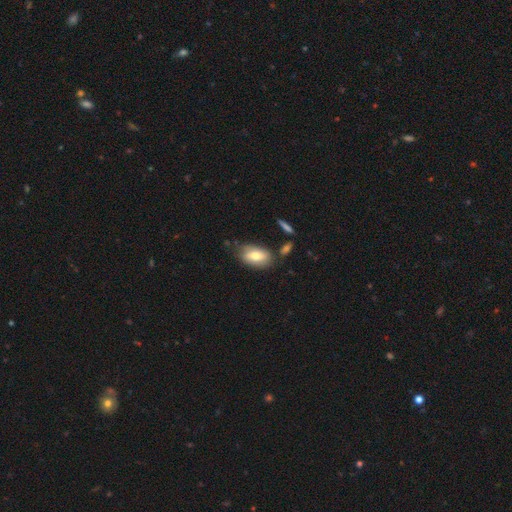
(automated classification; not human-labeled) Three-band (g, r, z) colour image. It shows a smooth galaxy with no disk features (70%) that is in between round and cigar-shaped (90%). Merging: none (68%).